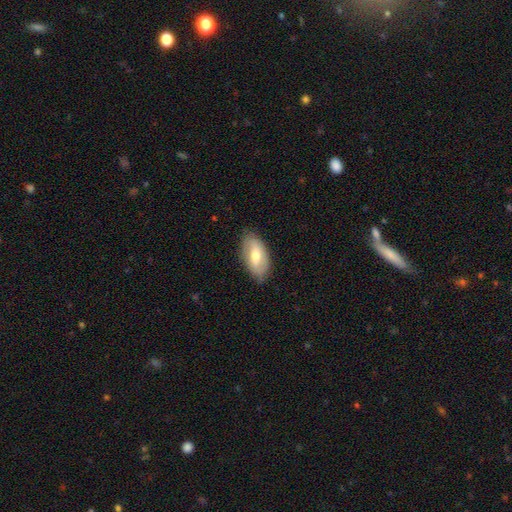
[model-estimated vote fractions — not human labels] A smooth galaxy with no disk features (51%) that is in between round and cigar-shaped (92%).

Vote fractions:
- Smooth or featured? smooth: 51% / featured or disk: 43% / star or artifact: 6%
- How rounded? in between: 92% / cigar-shaped: 4% / round: 4%
- Merging? none: 80% / minor disturbance: 16% / major disturbance: 3% / merger: 1%